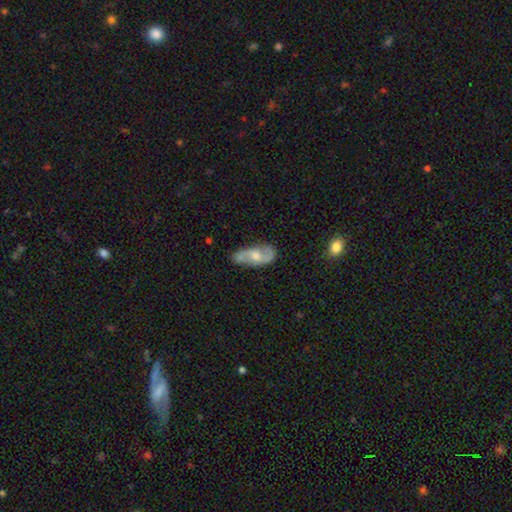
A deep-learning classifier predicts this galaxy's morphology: Smooth or featured: featured or disk — 66% (smooth — 28%)
Edge-on disk: no — 91% (yes — 9%)
Bar: no — 54% (weak — 39%)
Spiral arms: yes — 88% (no — 12%)
Spiral winding: loose — 49% (medium — 39%)
Spiral arm count: 2 — 87% (can't tell — 7%)
Bulge size: moderate — 60% (small — 23%)
Merging: none — 68% (minor disturbance — 22%)